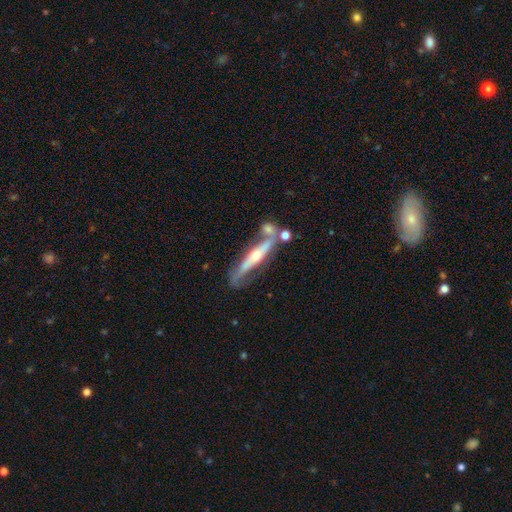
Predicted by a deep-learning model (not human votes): featured or disk 75%, smooth 19%, star or artifact 6%. Down the decision tree: edge-on disk — yes (74%); edge-on bulge — rounded (88%); merging — none (53%).